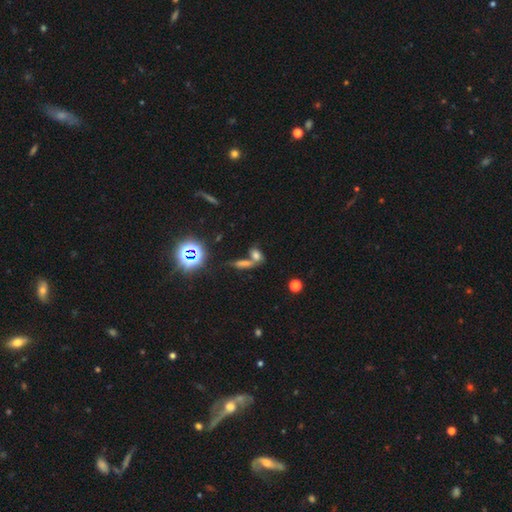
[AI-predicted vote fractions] A smooth galaxy with no disk features (62%) that is in between round and cigar-shaped (65%).

Vote fractions:
- Smooth or featured? smooth: 62% / star or artifact: 24% / featured or disk: 14%
- How rounded? in between: 65% / cigar-shaped: 19% / round: 16%
- Merging? merger: 55% / none: 32% / minor disturbance: 8% / major disturbance: 5%